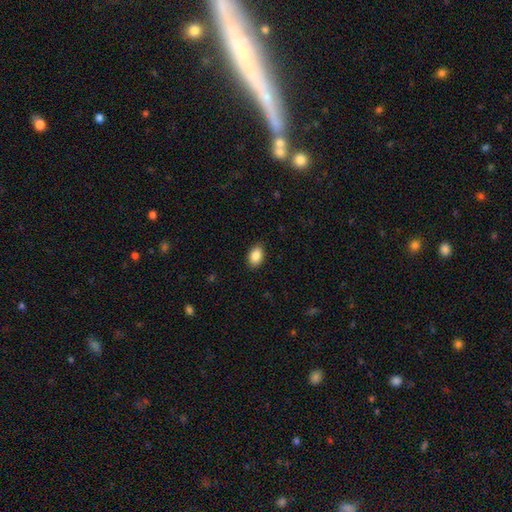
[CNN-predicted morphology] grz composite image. It shows a smooth galaxy with no disk features (88%) that is in between round and cigar-shaped (89%). Merging: none (88%).